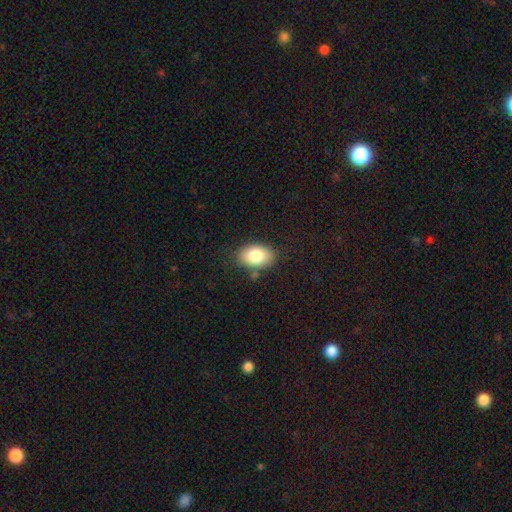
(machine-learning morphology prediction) A smooth galaxy with no disk features (83%) that is in between round and cigar-shaped (89%).

Vote fractions:
- Smooth or featured? smooth: 83% / featured or disk: 10% / star or artifact: 7%
- How rounded? in between: 89% / round: 10% / cigar-shaped: 1%
- Merging? none: 81% / minor disturbance: 13% / major disturbance: 3% / merger: 3%